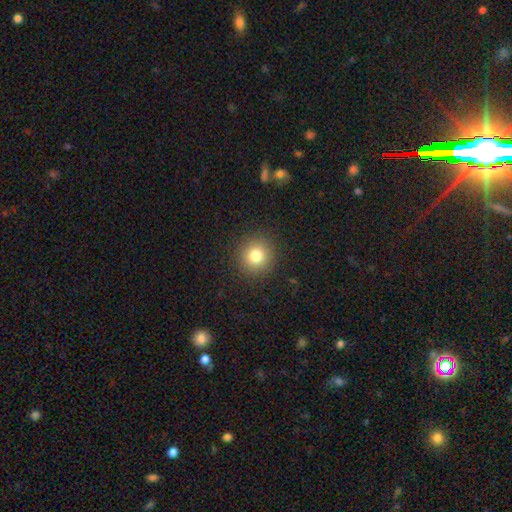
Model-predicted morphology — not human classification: The model was most divided on "smooth or featured": smooth: 80%, star or artifact: 13%, featured or disk: 8%. More confident: how rounded — round (93%); merging — none (91%).